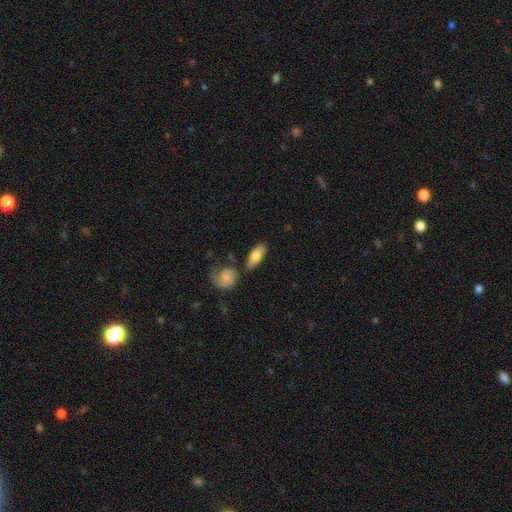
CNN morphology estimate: smooth_or_featured: smooth (p=0.69) [alt: featured or disk p=0.25]
how_rounded: in between (p=0.80) [alt: cigar-shaped p=0.16]
merging: none (p=0.68) [alt: minor disturbance p=0.15]